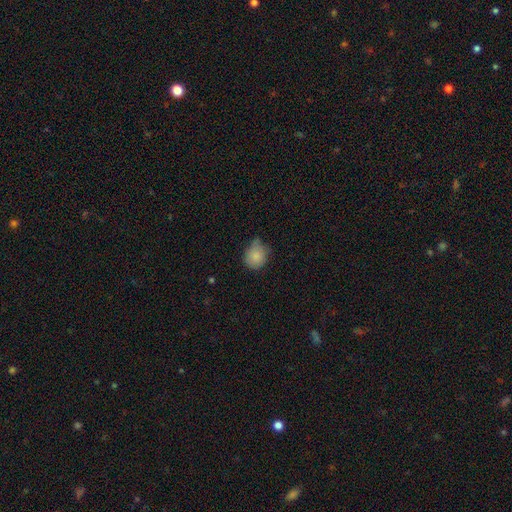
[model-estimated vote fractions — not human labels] Overall: smooth (84%). How rounded: round (71%). Merging: none (51%; minor disturbance 39%).